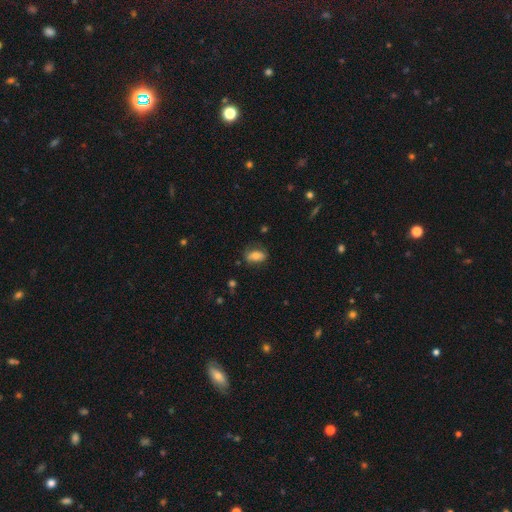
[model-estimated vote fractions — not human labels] Q: Smooth or featured?
A: smooth (69%); runner-up: featured or disk (22%)
Q: How rounded?
A: in between (85%); runner-up: round (9%)
Q: Merging?
A: none (72%); runner-up: minor disturbance (20%)